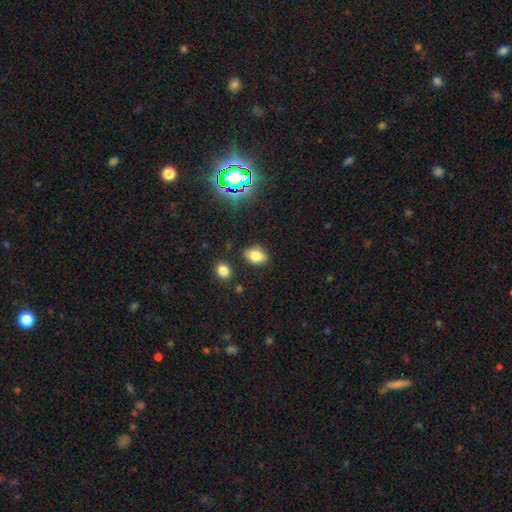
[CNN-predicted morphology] The model was most divided on "smooth or featured": smooth: 76%, star or artifact: 14%, featured or disk: 10%. More confident: how rounded — in between (84%); merging — none (83%).